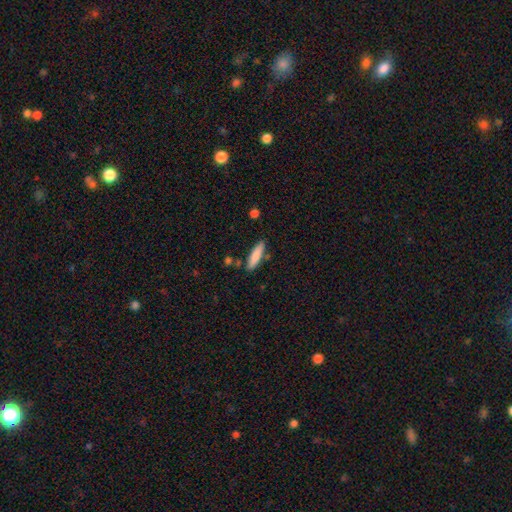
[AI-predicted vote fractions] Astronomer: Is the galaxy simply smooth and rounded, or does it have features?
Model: smooth — 82%.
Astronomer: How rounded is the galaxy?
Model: cigar-shaped — 71%.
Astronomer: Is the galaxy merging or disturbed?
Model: none — 81%.